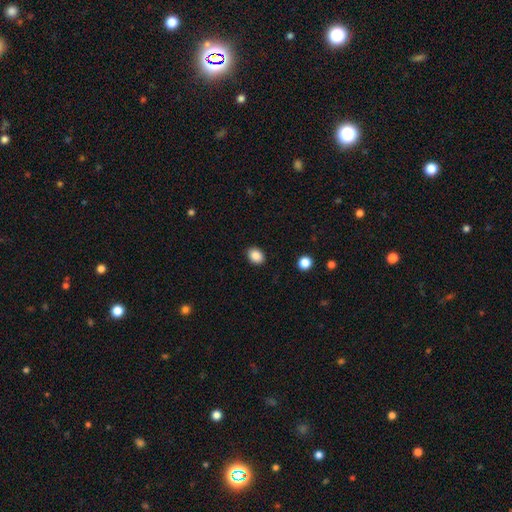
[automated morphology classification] smooth_or_featured: smooth (p=0.88) [alt: star or artifact p=0.09]
how_rounded: in between (p=0.58) [alt: round p=0.41]
merging: none (p=0.90) [alt: minor disturbance p=0.07]